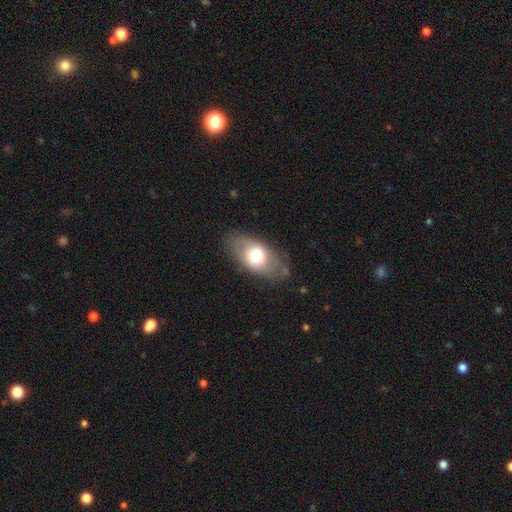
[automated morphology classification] Overall: smooth (64%; featured or disk 28%). How rounded: in between (88%). Merging: none (75%).